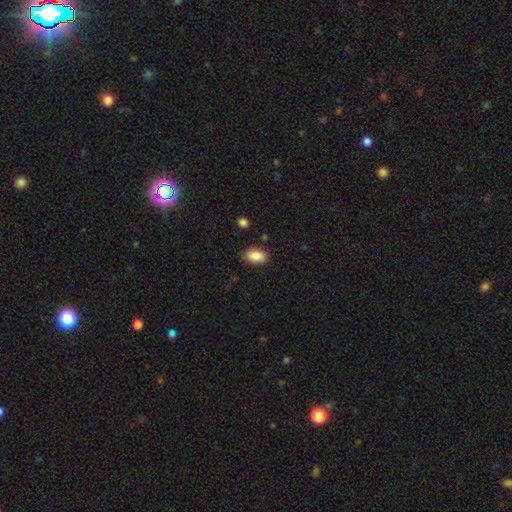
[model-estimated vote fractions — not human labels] smooth_or_featured: smooth (p=0.88) [alt: star or artifact p=0.07]
how_rounded: in between (p=0.91) [alt: round p=0.08]
merging: none (p=0.86) [alt: minor disturbance p=0.10]